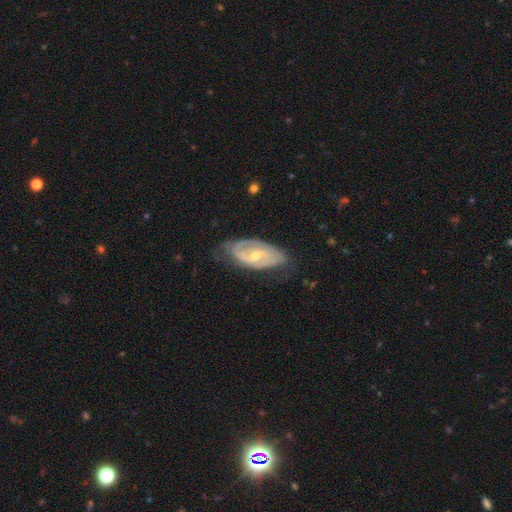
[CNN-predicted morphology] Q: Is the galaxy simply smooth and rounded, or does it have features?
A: featured or disk — 79%.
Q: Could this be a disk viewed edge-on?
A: no — 93%.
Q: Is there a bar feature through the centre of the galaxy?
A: weak — 47%.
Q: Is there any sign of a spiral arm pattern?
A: yes — 87%.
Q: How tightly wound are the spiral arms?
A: tight — 44%.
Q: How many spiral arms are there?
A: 2 — 64%.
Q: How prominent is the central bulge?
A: small — 51%.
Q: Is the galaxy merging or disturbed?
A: none — 62%.